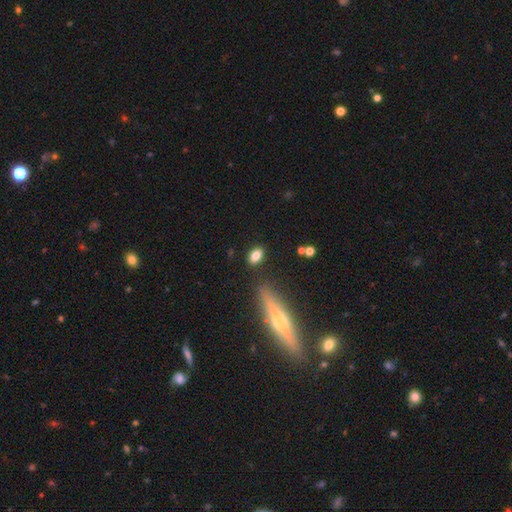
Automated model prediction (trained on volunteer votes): This is clearly a smooth galaxy (82%). How rounded: clearly in between (86%). Merging: clearly none (83%).